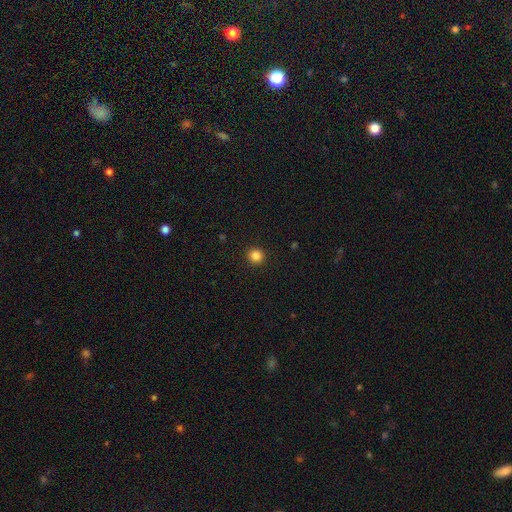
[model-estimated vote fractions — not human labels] A smooth galaxy with no disk features (85%) that is round (94%). Merging: none (93%).